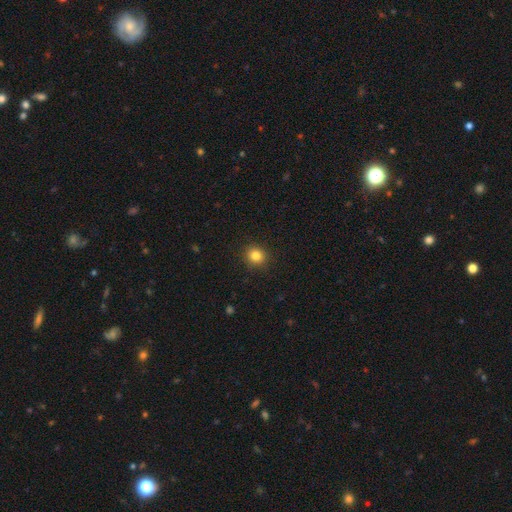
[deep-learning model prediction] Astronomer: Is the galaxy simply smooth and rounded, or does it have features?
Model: smooth — 83%.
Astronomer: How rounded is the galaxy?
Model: round — 87%.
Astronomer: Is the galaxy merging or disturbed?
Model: none — 91%.